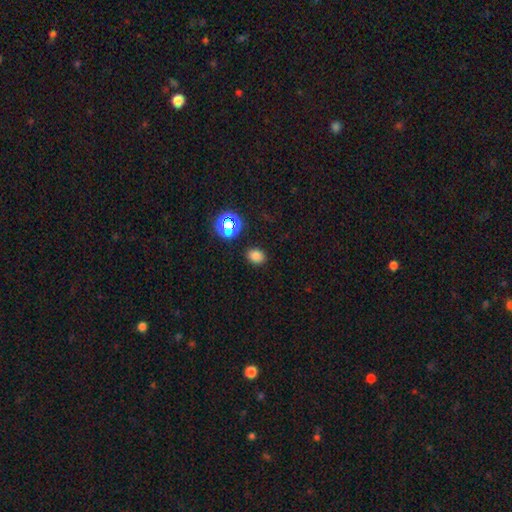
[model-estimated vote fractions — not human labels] smooth_or_featured: smooth (p=0.79) [alt: star or artifact p=0.16]
how_rounded: in between (p=0.55) [alt: round p=0.44]
merging: none (p=0.87) [alt: minor disturbance p=0.09]